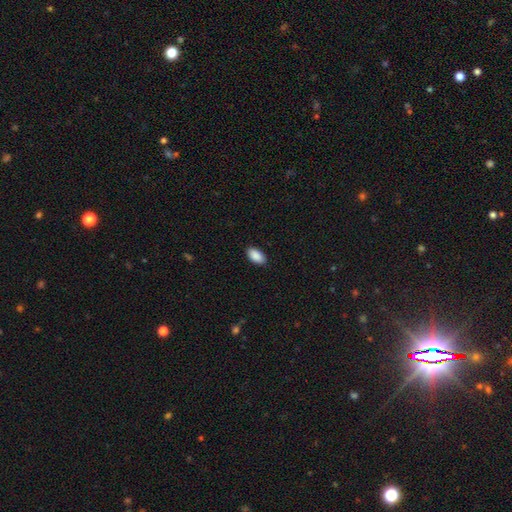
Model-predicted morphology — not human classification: smooth-or-featured: smooth: 90% | star or artifact: 7% | featured or disk: 3%
  how-rounded: in between: 95% | round: 3% | cigar-shaped: 2%
  merging: none: 89% | minor disturbance: 8% | major disturbance: 2% | merger: 1%